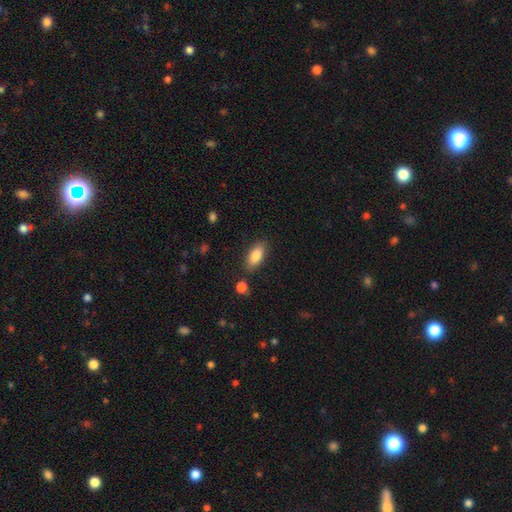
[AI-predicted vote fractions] Smooth or featured: smooth — 84% (featured or disk — 9%)
How rounded: in between — 85% (cigar-shaped — 12%)
Merging: none — 82% (minor disturbance — 11%)